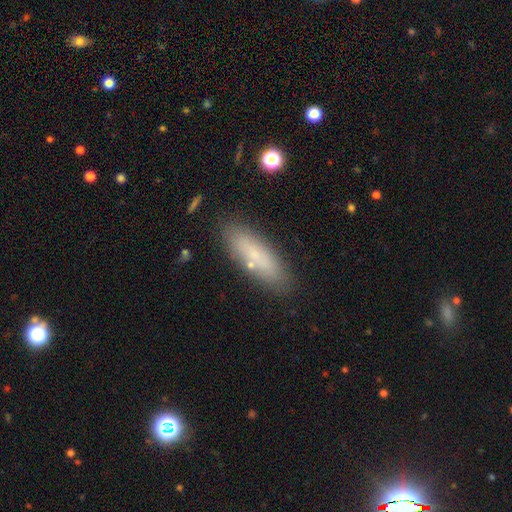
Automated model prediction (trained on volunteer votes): Overall: smooth (69%). How rounded: cigar-shaped (54%; in between 43%). Merging: none (80%).